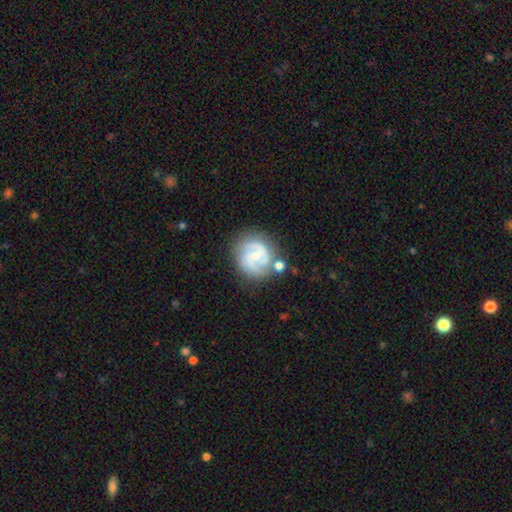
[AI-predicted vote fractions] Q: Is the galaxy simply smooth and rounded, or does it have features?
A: featured or disk — 79%.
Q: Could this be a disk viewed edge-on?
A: no — 98%.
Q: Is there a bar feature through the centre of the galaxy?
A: weak — 50%.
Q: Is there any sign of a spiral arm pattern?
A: yes — 94%.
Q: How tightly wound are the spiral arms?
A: medium — 48%.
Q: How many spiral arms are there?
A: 2 — 69%.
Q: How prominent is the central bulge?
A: small — 59%.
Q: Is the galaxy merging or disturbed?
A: none — 64%.